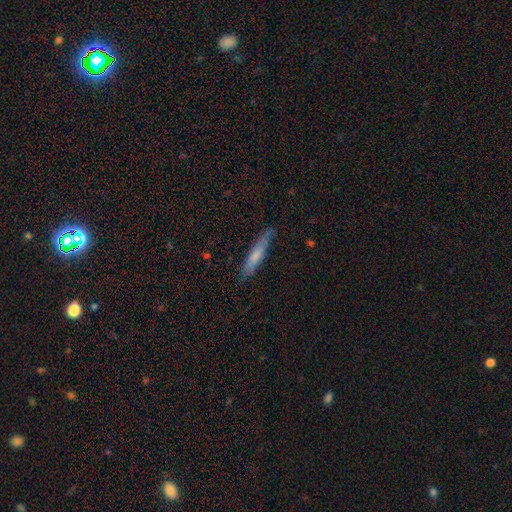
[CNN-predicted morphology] A smooth galaxy with no disk features (65%) that is cigar-shaped (91%).

Vote fractions:
- Smooth or featured? smooth: 65% / featured or disk: 29% / star or artifact: 6%
- How rounded? cigar-shaped: 91% / in between: 7% / round: 1%
- Merging? none: 79% / minor disturbance: 16% / major disturbance: 3% / merger: 2%